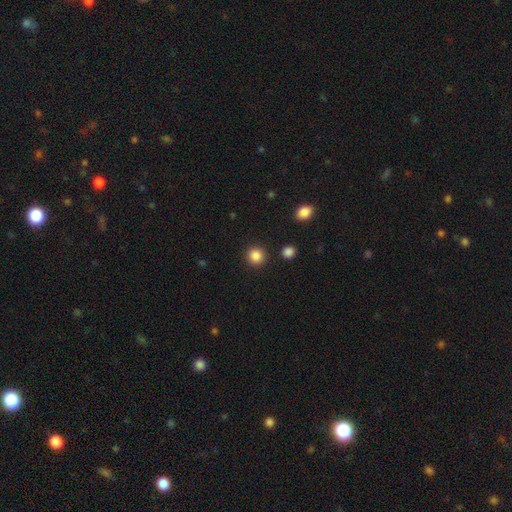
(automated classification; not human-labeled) smooth_or_featured: smooth (p=0.87) [alt: star or artifact p=0.10]
how_rounded: round (p=0.93) [alt: in between p=0.06]
merging: none (p=0.91) [alt: minor disturbance p=0.05]